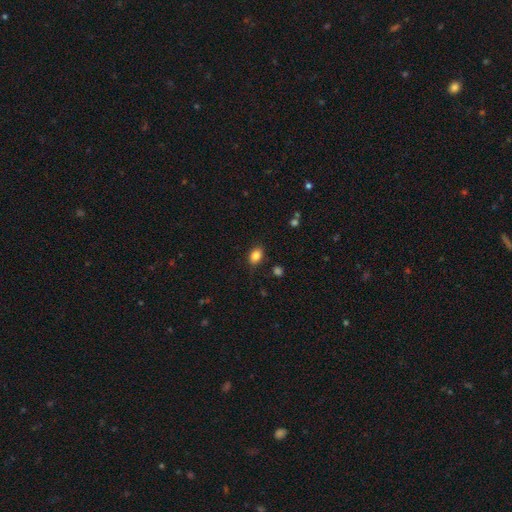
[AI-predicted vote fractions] smooth-or-featured: smooth: 84% | star or artifact: 10% | featured or disk: 6%
  how-rounded: in between: 76% | round: 23% | cigar-shaped: 1%
  merging: none: 82% | minor disturbance: 13% | major disturbance: 3% | merger: 2%